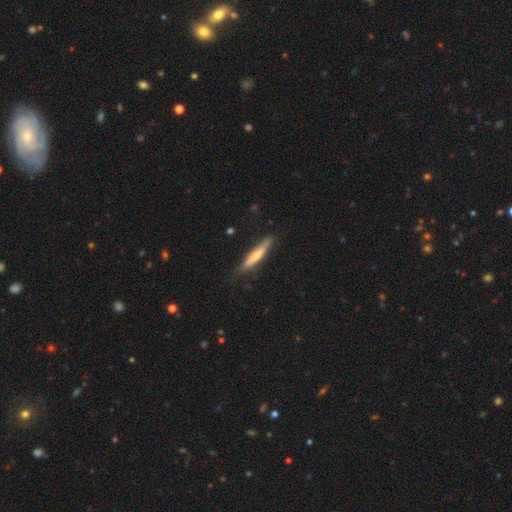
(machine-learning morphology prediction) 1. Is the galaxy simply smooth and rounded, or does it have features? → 52% featured or disk, 41% smooth, 6% star or artifact.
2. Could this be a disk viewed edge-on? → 92% yes, 8% no.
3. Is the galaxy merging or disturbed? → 81% none, 15% minor disturbance, 2% major disturbance, 1% merger.